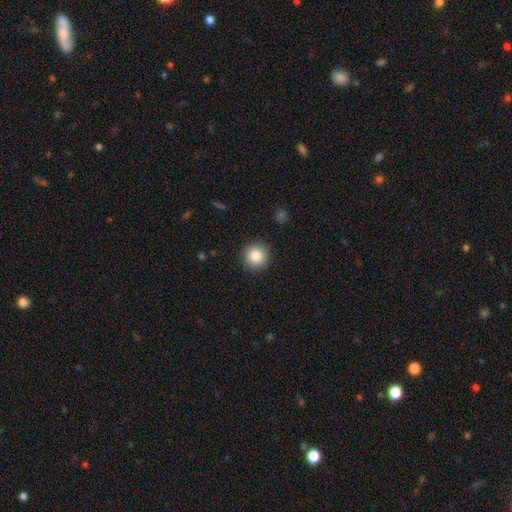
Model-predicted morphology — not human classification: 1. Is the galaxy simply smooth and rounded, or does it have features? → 85% smooth, 9% star or artifact, 5% featured or disk.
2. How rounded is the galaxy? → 94% round, 5% in between, 1% cigar-shaped.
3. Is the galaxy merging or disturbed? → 91% none, 6% minor disturbance, 2% major disturbance, 1% merger.